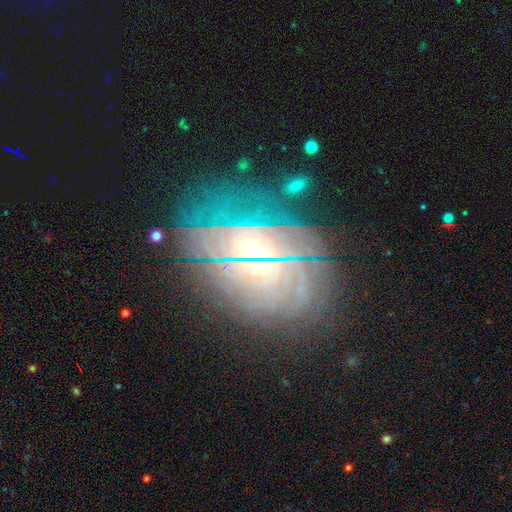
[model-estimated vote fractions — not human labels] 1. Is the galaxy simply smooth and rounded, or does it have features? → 74% featured or disk, 13% star or artifact, 13% smooth.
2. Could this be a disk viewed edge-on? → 92% no, 8% yes.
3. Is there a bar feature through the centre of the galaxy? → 58% no, 29% weak, 13% strong.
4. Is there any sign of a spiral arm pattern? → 82% yes, 18% no.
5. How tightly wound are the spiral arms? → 74% tight, 18% medium, 8% loose.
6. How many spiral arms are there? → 48% can't tell, 15% more than 4, 11% 4, 10% 3, 10% 2, 7% 1.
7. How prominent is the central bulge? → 45% moderate, 41% small, 8% large, 3% none, 2% dominant.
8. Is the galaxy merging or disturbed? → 67% none, 18% minor disturbance, 12% major disturbance, 3% merger.